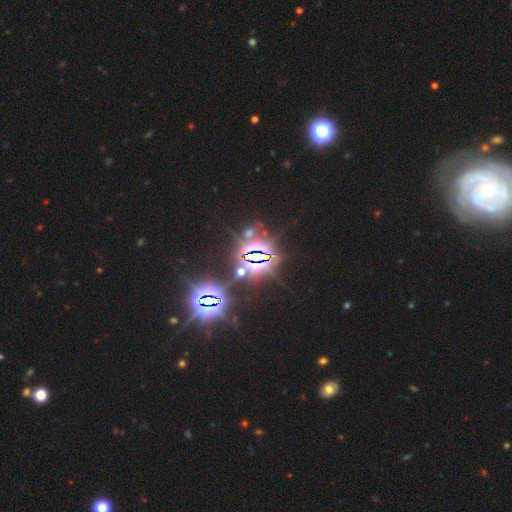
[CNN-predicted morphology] smooth-or-featured: star or artifact: 84% | smooth: 9% | featured or disk: 7%